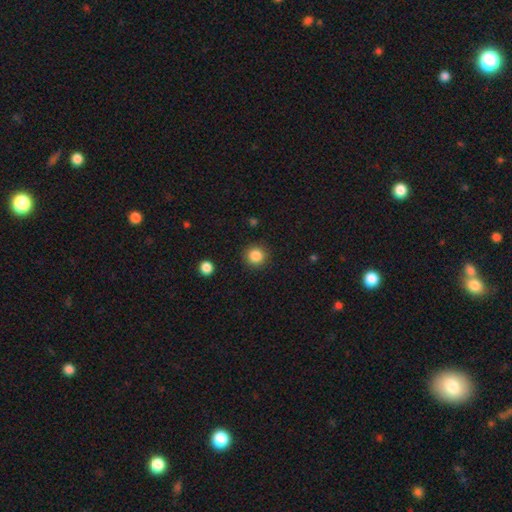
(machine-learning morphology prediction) type=smooth (85%); roundness=round (94%); merging=none (90%).